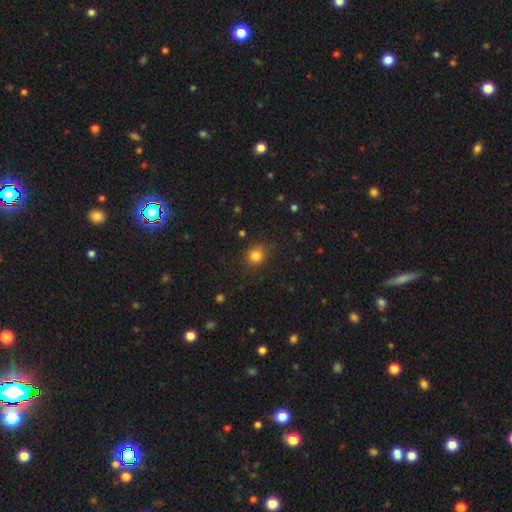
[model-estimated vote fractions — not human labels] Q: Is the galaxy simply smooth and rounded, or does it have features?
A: smooth — 81%.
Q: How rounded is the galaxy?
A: round — 84%.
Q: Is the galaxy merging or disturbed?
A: none — 78%.